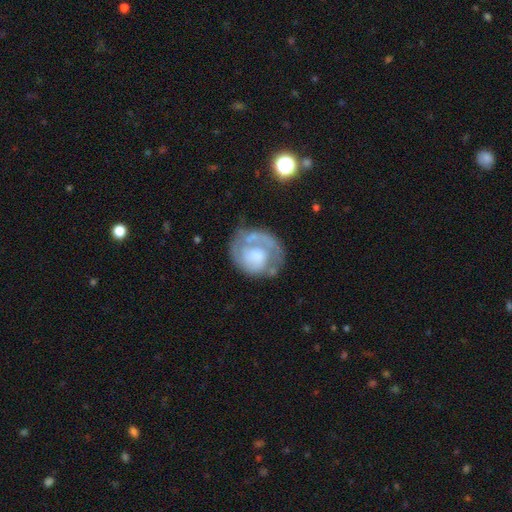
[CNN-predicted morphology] Smooth or featured? featured or disk (65%)
Edge-on disk? no (98%)
Bar? no (78%)
Spiral arms? yes (62%)
Bulge size? moderate (34%)
Merging? none (51%)